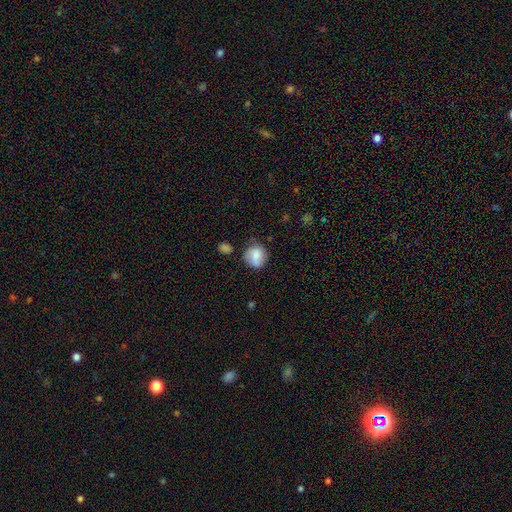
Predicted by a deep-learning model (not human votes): This is likely a smooth galaxy (71%). How rounded: clearly round (82%). Merging: likely none (63%).